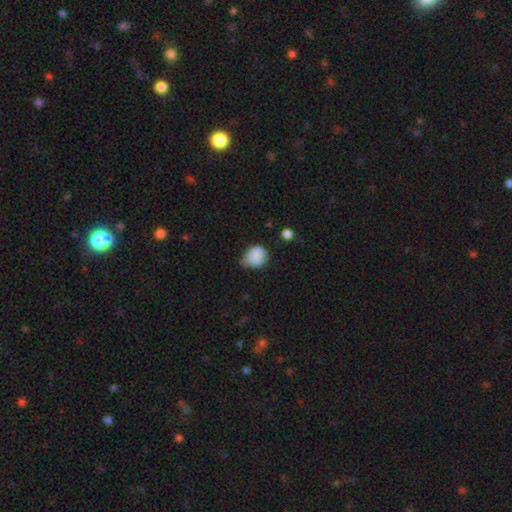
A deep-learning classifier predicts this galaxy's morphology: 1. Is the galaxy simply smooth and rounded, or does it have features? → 83% smooth, 9% star or artifact, 8% featured or disk.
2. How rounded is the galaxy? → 64% round, 35% in between, 1% cigar-shaped.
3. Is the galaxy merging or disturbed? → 45% minor disturbance, 41% none, 11% major disturbance, 3% merger.